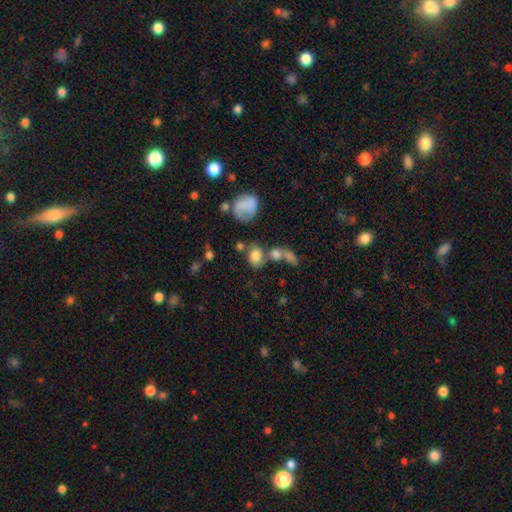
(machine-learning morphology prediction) Overall: smooth (75%). How rounded: round (52%; in between 46%). Merging: none (44%; merger 31%).